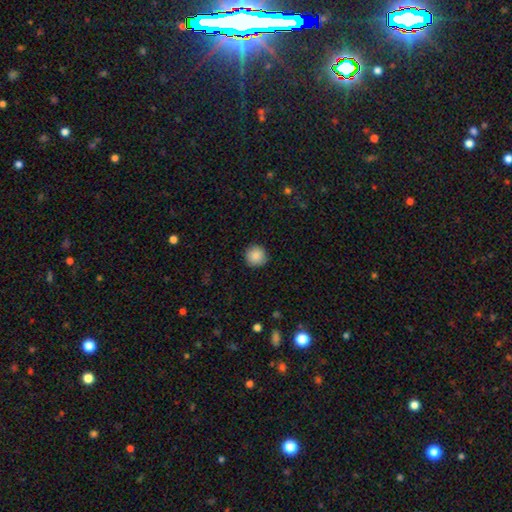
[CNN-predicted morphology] Q: Smooth or featured?
A: smooth (87%); runner-up: star or artifact (8%)
Q: How rounded?
A: round (95%); runner-up: in between (4%)
Q: Merging?
A: none (91%); runner-up: minor disturbance (6%)